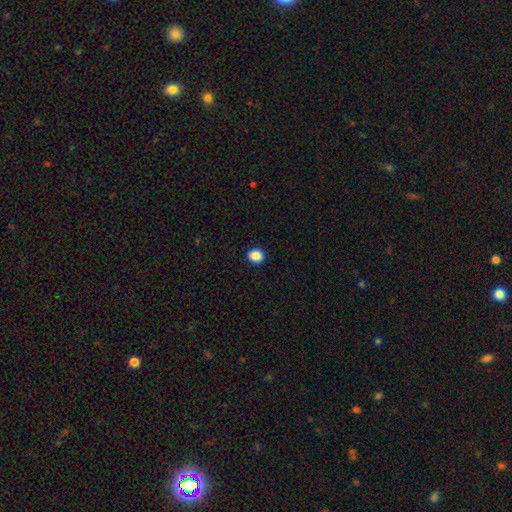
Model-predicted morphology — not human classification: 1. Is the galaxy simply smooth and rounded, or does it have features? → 89% smooth, 9% star or artifact, 2% featured or disk.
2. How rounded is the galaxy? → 70% round, 29% in between, 1% cigar-shaped.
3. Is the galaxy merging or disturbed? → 92% none, 6% minor disturbance, 2% major disturbance, 1% merger.